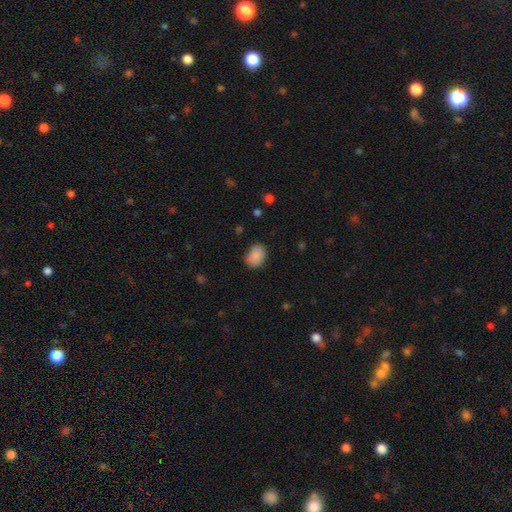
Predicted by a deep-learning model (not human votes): smooth-or-featured: smooth: 88% | star or artifact: 8% | featured or disk: 4%
  how-rounded: in between: 71% | round: 28% | cigar-shaped: 1%
  merging: none: 79% | minor disturbance: 16% | major disturbance: 4% | merger: 1%